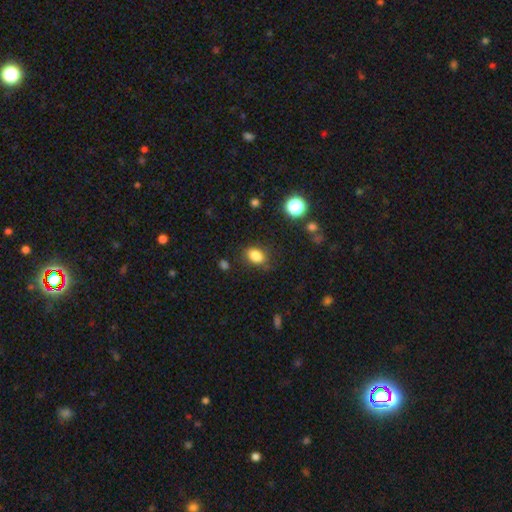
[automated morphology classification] This is clearly a smooth galaxy (84%). How rounded: likely in between (78%). Merging: likely none (79%).